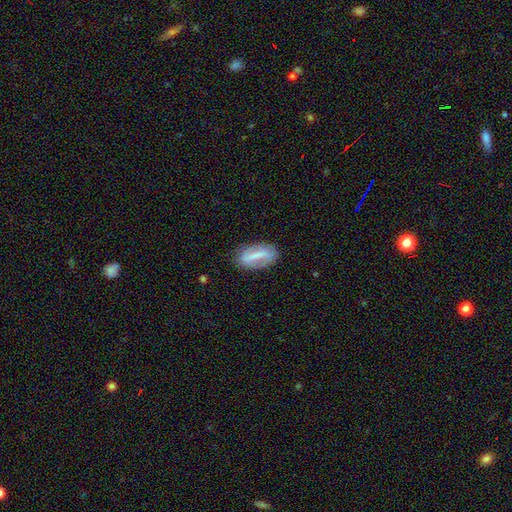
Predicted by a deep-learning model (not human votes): Morphology: type=featured or disk (51%); edge-on=no (85%); merging=none (77%).